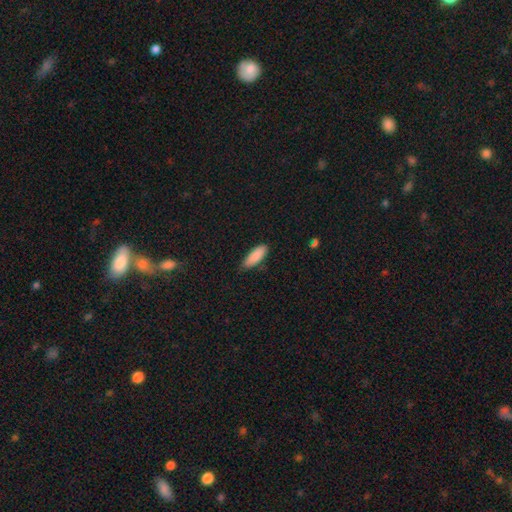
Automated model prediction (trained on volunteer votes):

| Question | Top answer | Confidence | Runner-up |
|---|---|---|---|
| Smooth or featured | smooth | 88% | star or artifact (6%) |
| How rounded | in between | 67% | cigar-shaped (31%) |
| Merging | none | 74% | minor disturbance (22%) |